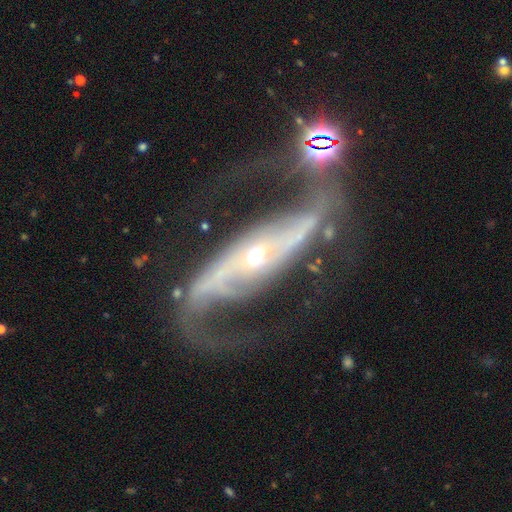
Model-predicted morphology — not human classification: type=featured or disk (91%); edge-on=no (93%); bar=strong (54%); spiral arms=yes (97%); winding=loose (45%); arm count=2 (93%); bulge=small (64%); merging=none (65%).